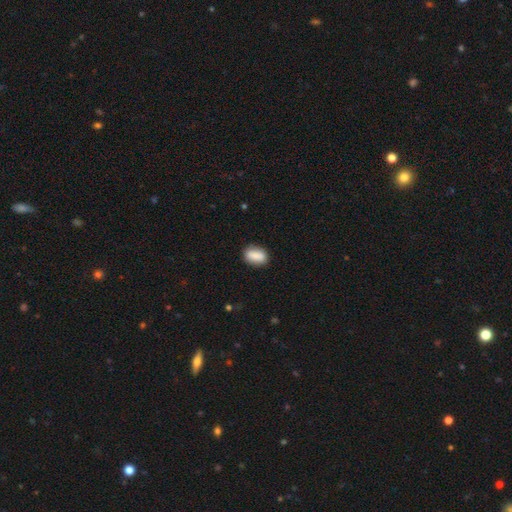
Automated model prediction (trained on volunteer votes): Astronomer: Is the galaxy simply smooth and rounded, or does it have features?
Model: smooth — 84%.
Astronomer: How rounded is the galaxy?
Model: in between — 84%.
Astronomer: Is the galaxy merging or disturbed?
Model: none — 81%.